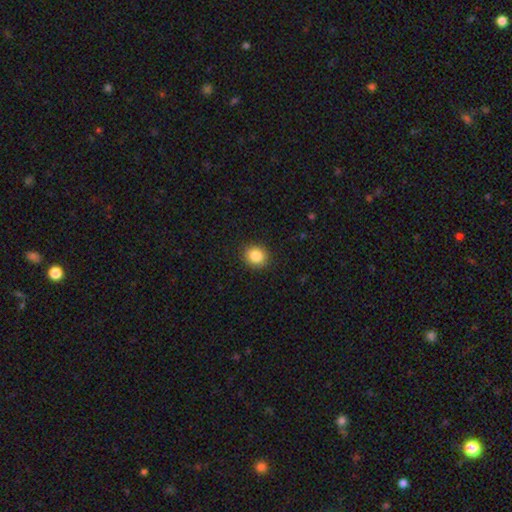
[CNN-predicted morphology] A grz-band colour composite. It shows a smooth galaxy with no disk features (86%) that is round (79%). Merging: none (91%).